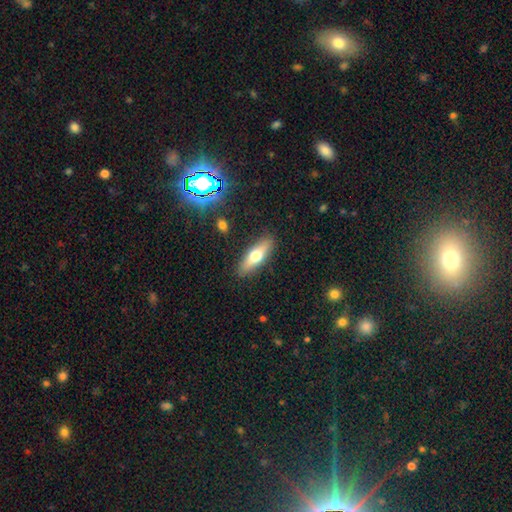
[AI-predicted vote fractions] This is possibly a smooth galaxy (58%). How rounded: possibly cigar-shaped (51%). Merging: clearly none (88%).